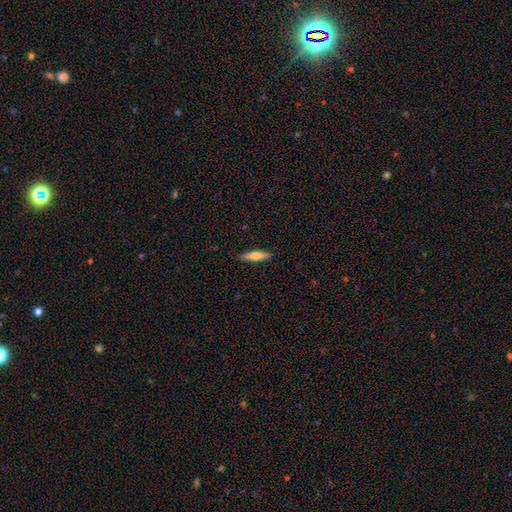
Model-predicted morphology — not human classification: Overall: smooth (77%). How rounded: cigar-shaped (73%). Merging: none (89%).